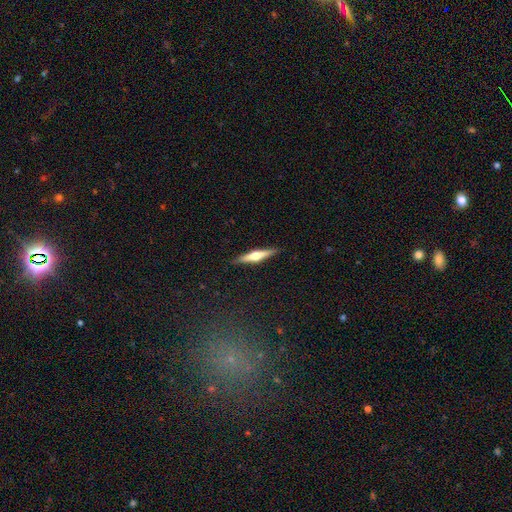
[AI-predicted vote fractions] This appears to be a featured or disk galaxy (66%) viewed edge-on (97%) with a rounded central bulge (93%). Merging: none (90%).